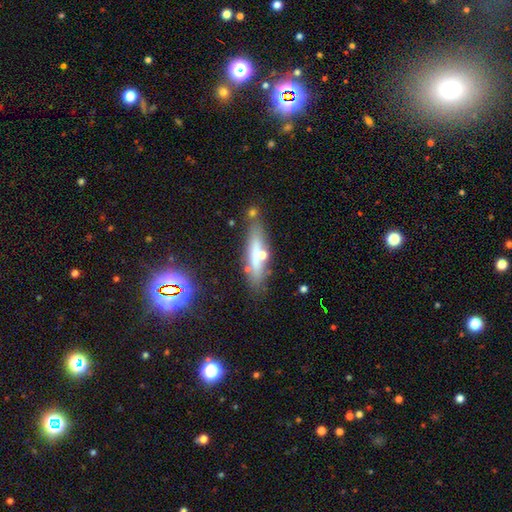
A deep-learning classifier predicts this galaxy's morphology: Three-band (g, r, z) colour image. It shows a smooth galaxy with no disk features (46%). Merging: none (75%).